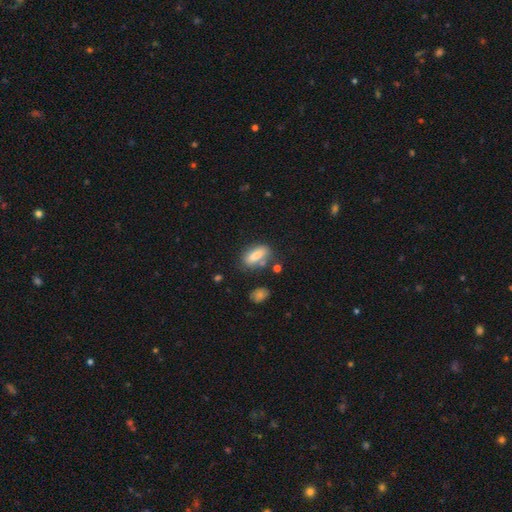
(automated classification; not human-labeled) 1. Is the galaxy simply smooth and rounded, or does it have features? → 79% smooth, 13% featured or disk, 8% star or artifact.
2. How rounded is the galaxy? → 72% in between, 24% cigar-shaped, 4% round.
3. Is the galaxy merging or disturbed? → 64% none, 21% minor disturbance, 8% merger, 7% major disturbance.